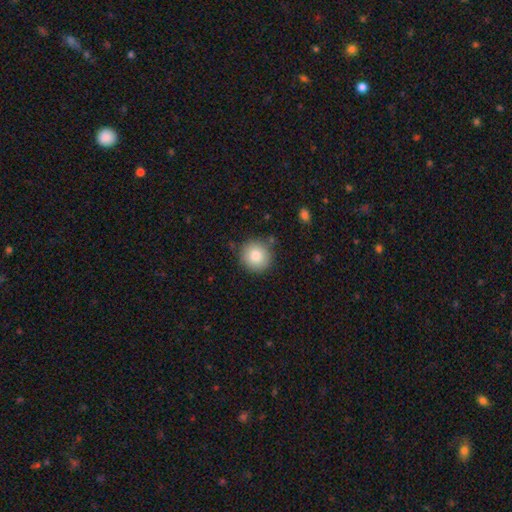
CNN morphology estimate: Smooth or featured: smooth — 83% (star or artifact — 9%)
How rounded: round — 93% (in between — 6%)
Merging: none — 84% (minor disturbance — 10%)